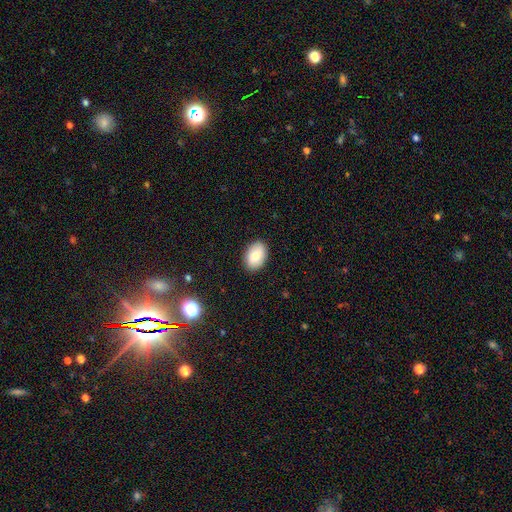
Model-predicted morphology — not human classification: This is likely a smooth galaxy (76%). How rounded: clearly in between (87%). Merging: clearly none (89%).